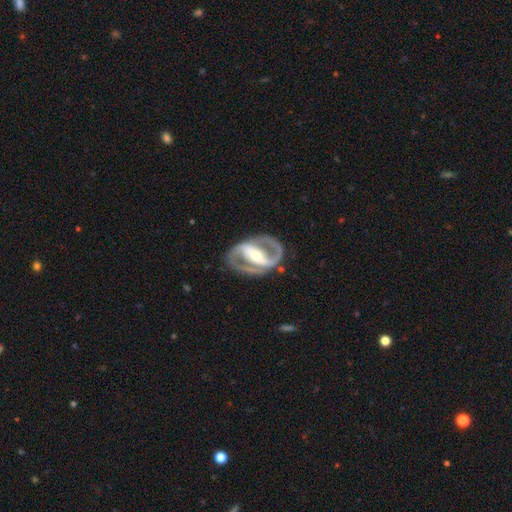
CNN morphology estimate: Smooth or featured? featured or disk (89%)
Edge-on disk? no (95%)
Bar? strong (69%)
Spiral arms? yes (85%)
Spiral winding? medium (51%)
Spiral arm count? 2 (90%)
Bulge size? moderate (60%)
Merging? none (81%)